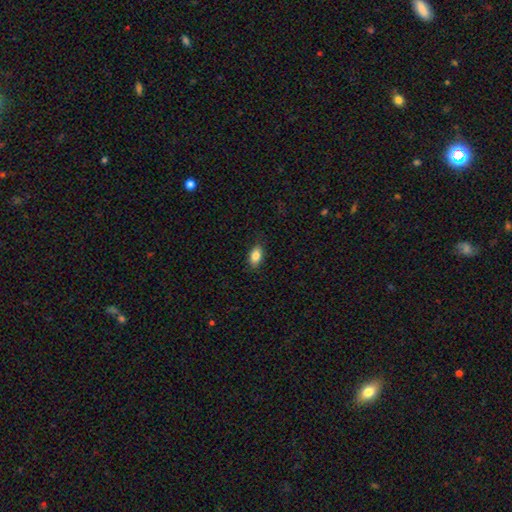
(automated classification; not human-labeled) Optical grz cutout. It shows a smooth galaxy with no disk features (86%) that is in between round and cigar-shaped (90%). Merging: none (86%).